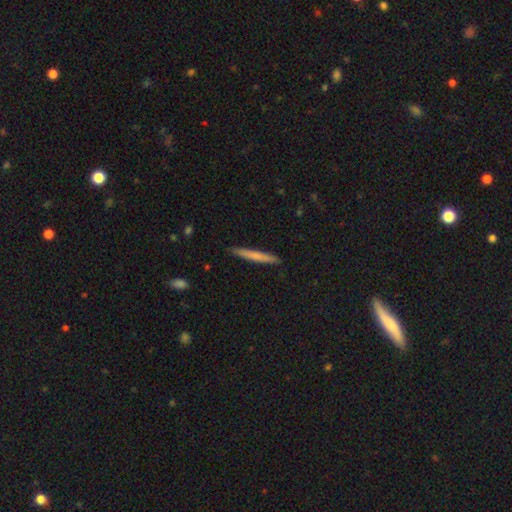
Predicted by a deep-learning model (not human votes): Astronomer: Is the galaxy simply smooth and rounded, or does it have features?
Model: smooth — 66%.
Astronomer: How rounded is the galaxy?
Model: cigar-shaped — 96%.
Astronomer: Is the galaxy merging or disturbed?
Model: none — 90%.